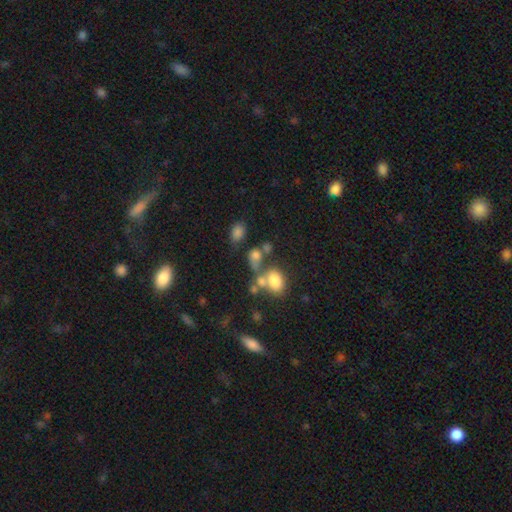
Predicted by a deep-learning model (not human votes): Q: Smooth or featured?
A: smooth (70%); runner-up: star or artifact (16%)
Q: How rounded?
A: in between (60%); runner-up: round (38%)
Q: Merging?
A: merger (41%); runner-up: none (34%)